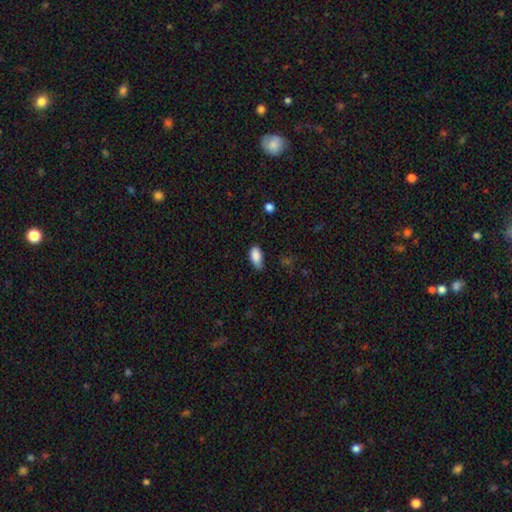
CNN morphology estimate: type=smooth (87%); roundness=in between (91%); merging=none (57%).